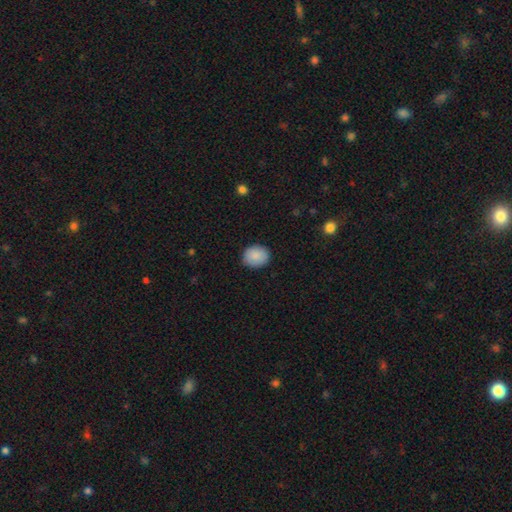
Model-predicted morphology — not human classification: Smooth or featured? Predicted: smooth (p=0.89). How rounded? Predicted: round (p=0.62). Merging? Predicted: none (p=0.88).